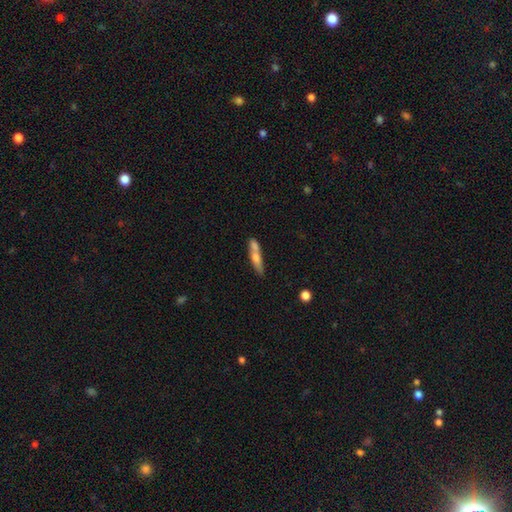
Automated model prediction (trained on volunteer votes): smooth 57%, featured or disk 36%, star or artifact 7%. Down the decision tree: how rounded — cigar-shaped (78%); merging — none (48%).